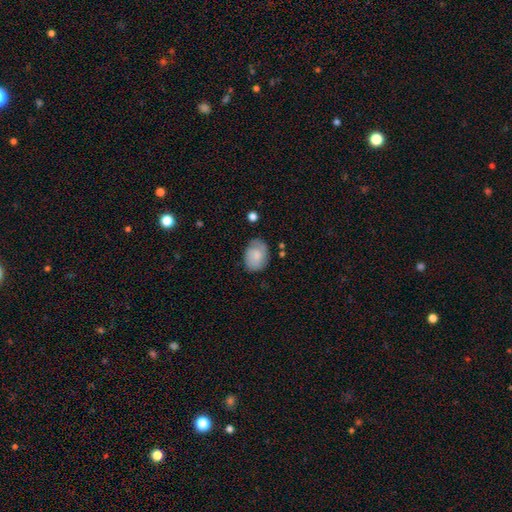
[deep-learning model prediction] Smooth or featured? Predicted: smooth (p=0.77). How rounded? Predicted: in between (p=0.72). Merging? Predicted: none (p=0.67).